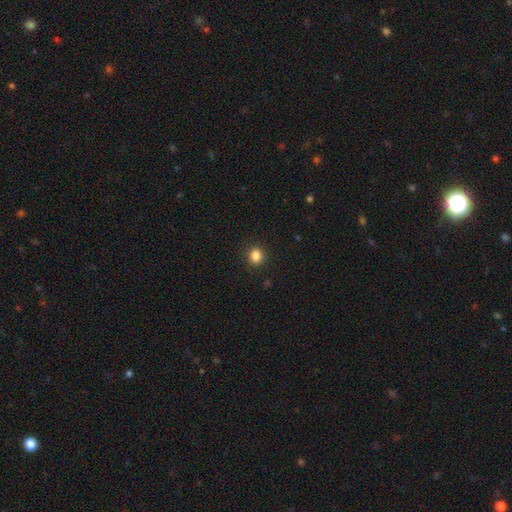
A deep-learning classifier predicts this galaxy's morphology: The model was most divided on "how rounded": round: 72%, in between: 28%, cigar-shaped: 1%. More confident: merging — none (90%); smooth or featured — smooth (86%).